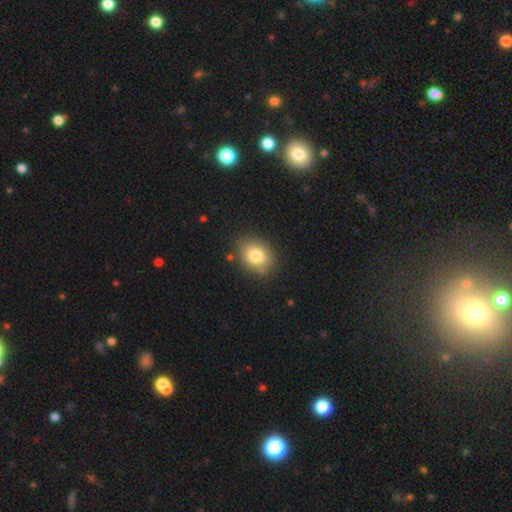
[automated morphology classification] This is clearly a smooth galaxy (82%). How rounded: possibly in between (59%). Merging: clearly none (81%).